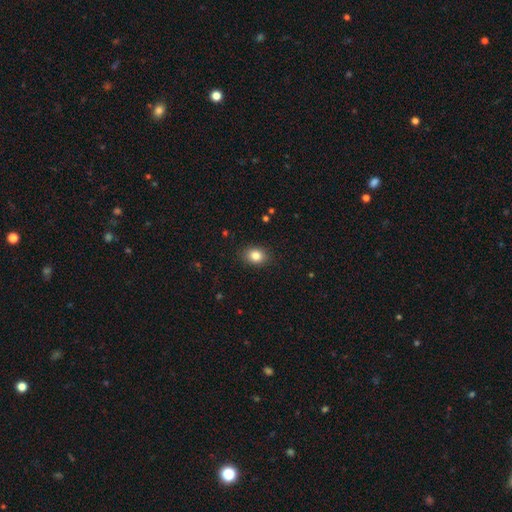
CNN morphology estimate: This is clearly a smooth galaxy (83%). How rounded: possibly in between (54%). Merging: clearly none (88%).